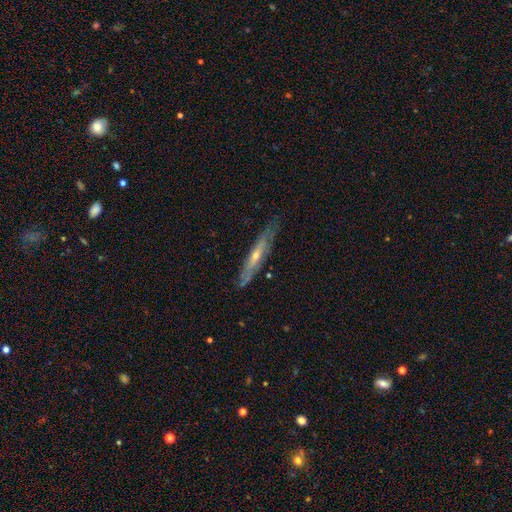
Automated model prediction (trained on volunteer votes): Smooth or featured: featured or disk — 68% (smooth — 26%)
Edge-on disk: yes — 81% (no — 19%)
Edge-on bulge: rounded — 70% (none — 27%)
Merging: none — 80% (minor disturbance — 16%)